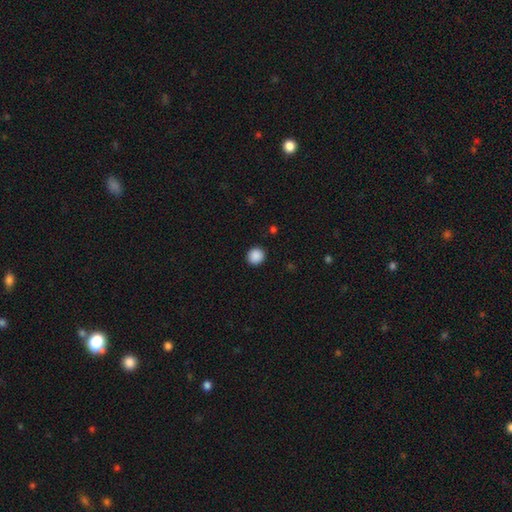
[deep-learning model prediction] smooth 89%, star or artifact 9%, featured or disk 2%. Down the decision tree: how rounded — round (91%); merging — none (92%).